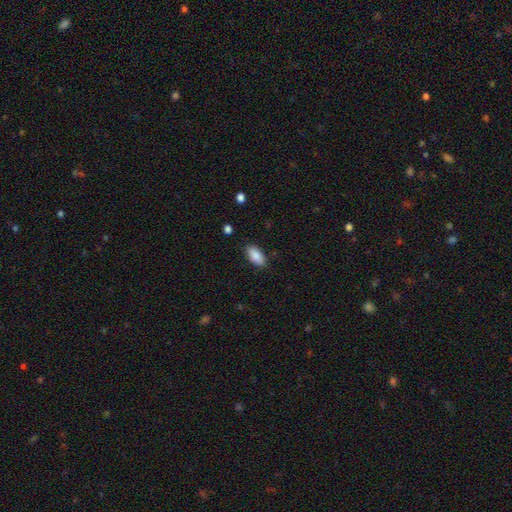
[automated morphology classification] This is clearly a smooth galaxy (88%). How rounded: clearly in between (92%). Merging: clearly none (86%).